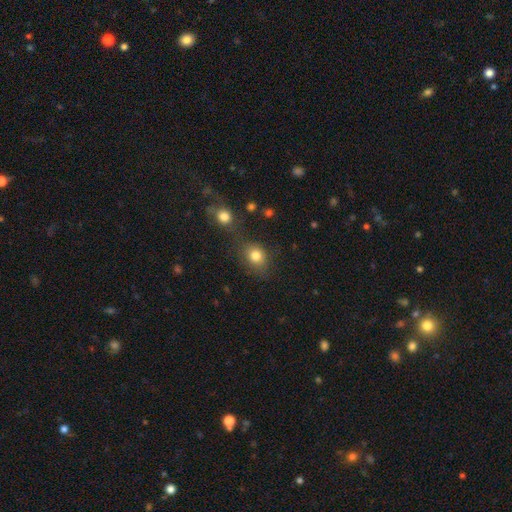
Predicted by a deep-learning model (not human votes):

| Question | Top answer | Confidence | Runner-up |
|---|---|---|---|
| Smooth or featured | smooth | 80% | star or artifact (12%) |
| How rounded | round | 64% | in between (35%) |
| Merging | none | 64% | merger (18%) |